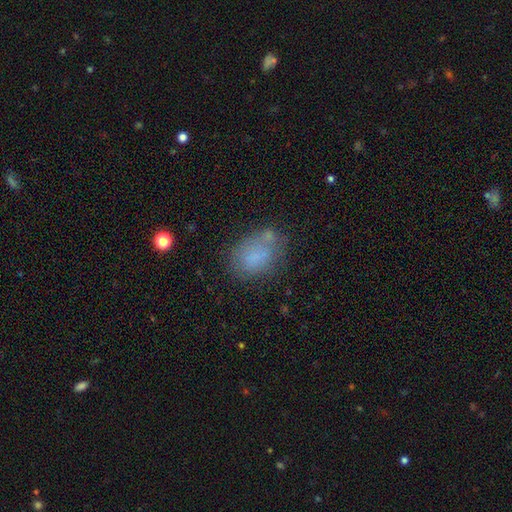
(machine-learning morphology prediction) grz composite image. It shows a smooth galaxy with no disk features (71%) that is in between round and cigar-shaped (78%). Merging: none (54%).